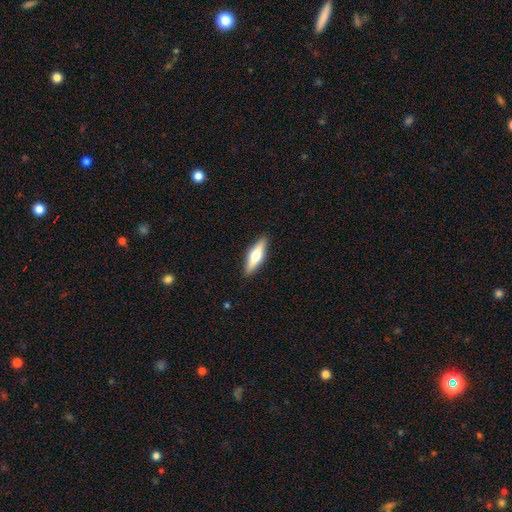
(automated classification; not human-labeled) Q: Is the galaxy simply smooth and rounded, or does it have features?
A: featured or disk — 48%.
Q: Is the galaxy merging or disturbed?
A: none — 90%.